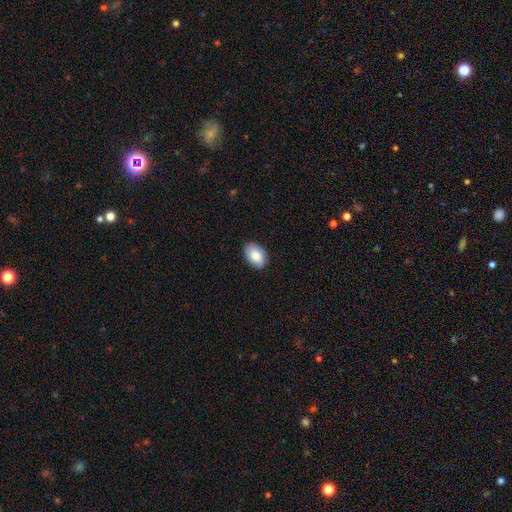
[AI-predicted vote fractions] Overall: smooth (83%). How rounded: in between (91%). Merging: none (84%).